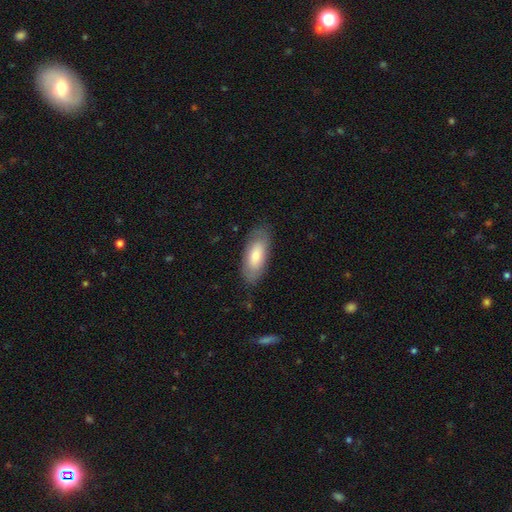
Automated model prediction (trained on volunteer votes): The model was most divided on "smooth or featured": smooth: 73%, featured or disk: 21%, star or artifact: 6%. More confident: how rounded — in between (85%); merging — none (80%).